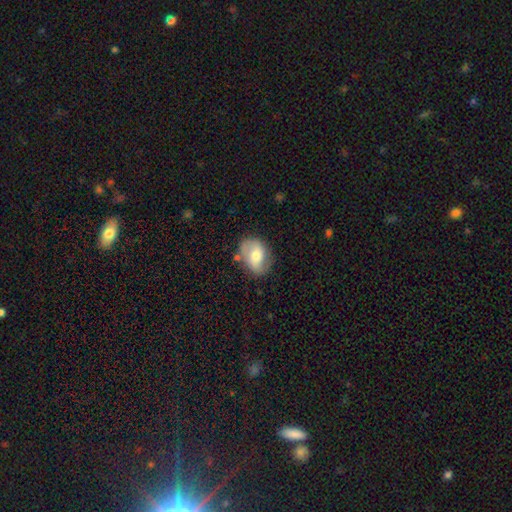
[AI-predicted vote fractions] Smooth or featured? smooth (48%)
Merging? none (66%)